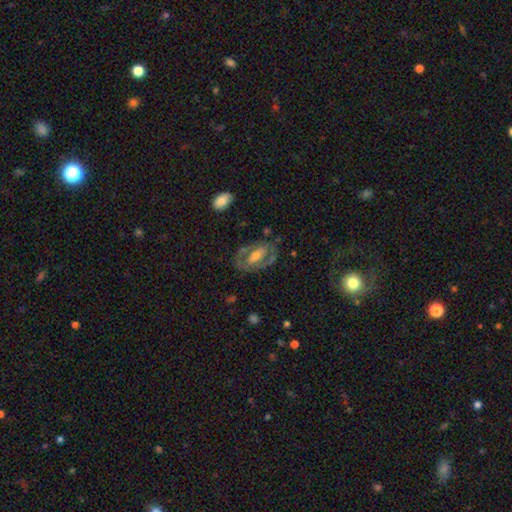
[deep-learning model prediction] A featured or disk galaxy (65%) with no bar (37%), no spiral arms (51%) and a moderate central bulge (53%).

Vote fractions:
- Smooth or featured? featured or disk: 65% / smooth: 28% / star or artifact: 7%
- Edge-on disk? no: 92% / yes: 8%
- Bar? no: 37% / weak: 33% / strong: 30%
- Spiral arms? no: 51% / yes: 49%
- Bulge size? moderate: 53% / small: 33% / large: 10% / none: 3% / dominant: 1%
- Merging? none: 65% / minor disturbance: 18% / major disturbance: 14% / merger: 2%